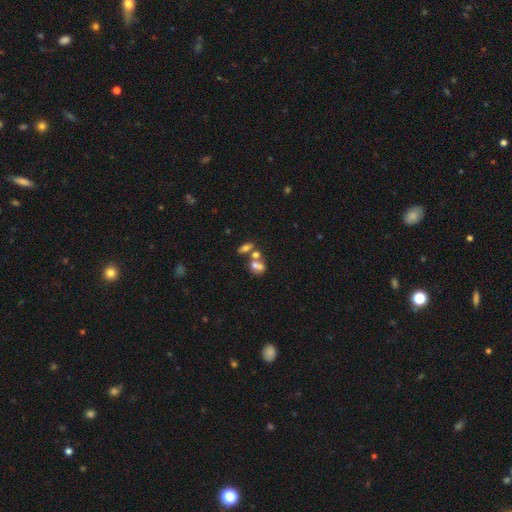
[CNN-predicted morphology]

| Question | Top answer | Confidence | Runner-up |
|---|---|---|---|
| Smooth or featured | smooth | 60% | featured or disk (21%) |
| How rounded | in between | 68% | round (25%) |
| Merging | merger | 46% | none (39%) |